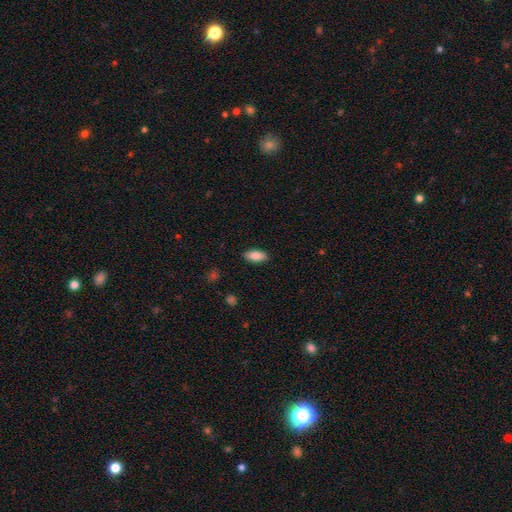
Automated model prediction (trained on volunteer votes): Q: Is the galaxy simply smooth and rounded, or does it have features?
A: smooth — 87%.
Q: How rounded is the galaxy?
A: in between — 87%.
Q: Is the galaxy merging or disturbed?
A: none — 89%.